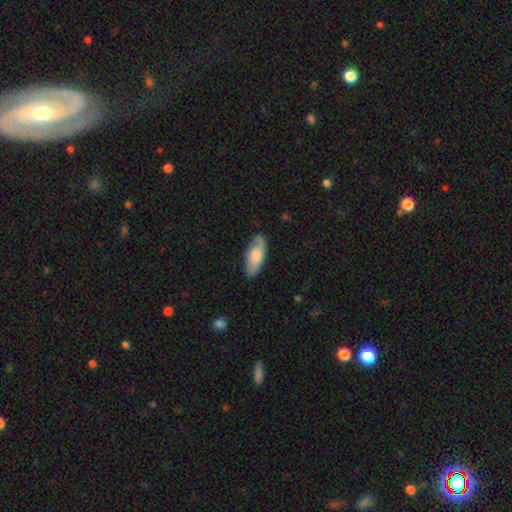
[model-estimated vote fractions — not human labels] smooth 64%, featured or disk 30%, star or artifact 6%. Down the decision tree: how rounded — in between (81%); merging — none (79%).